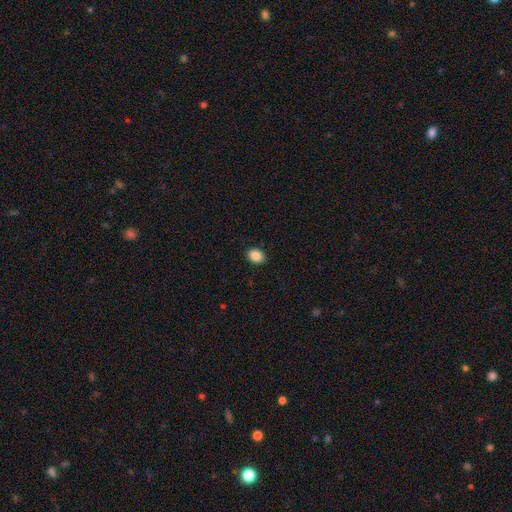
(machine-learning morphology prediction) Smooth or featured?
  - smooth: 88% *
  - star or artifact: 8%
  - featured or disk: 3%
How rounded?
  - in between: 67% *
  - round: 32%
  - cigar-shaped: 1%
Merging?
  - none: 90% *
  - minor disturbance: 7%
  - major disturbance: 2%
  - merger: 1%